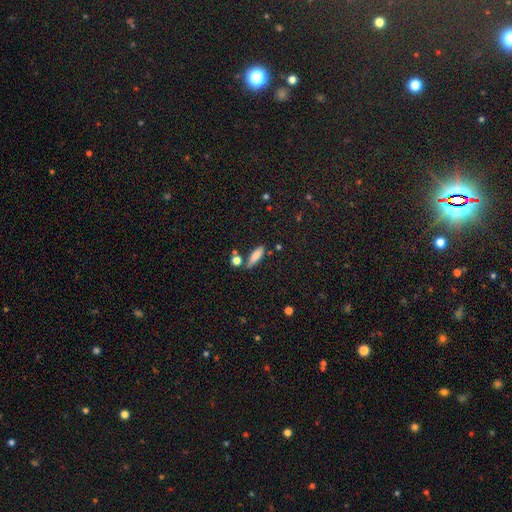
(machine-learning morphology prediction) A smooth galaxy with no disk features (80%) that is cigar-shaped (56%). Merging: none (73%).